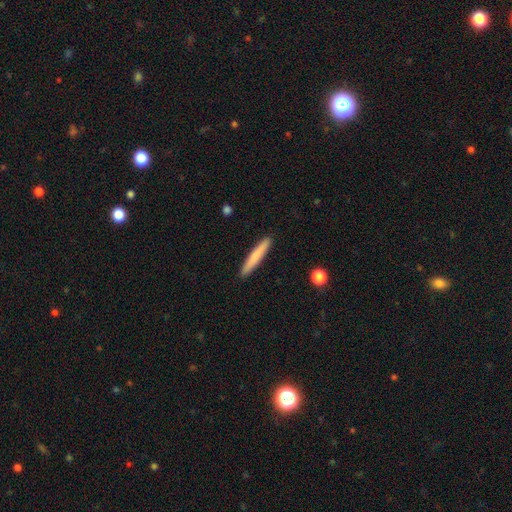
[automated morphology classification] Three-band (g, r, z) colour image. It shows a smooth galaxy with no disk features (73%) that is cigar-shaped (95%). Merging: none (91%).